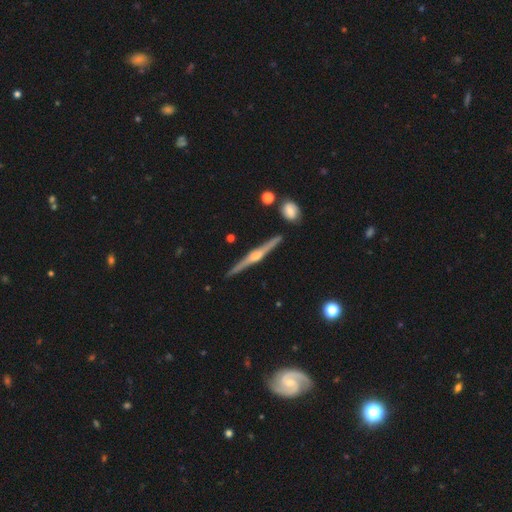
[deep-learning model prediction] smooth_or_featured: featured or disk (p=0.85) [alt: smooth p=0.10]
disk_edge_on: yes (p=0.98) [alt: no p=0.02]
edge_on_bulge: rounded (p=0.89) [alt: boxy p=0.06]
merging: none (p=0.91) [alt: minor disturbance p=0.06]